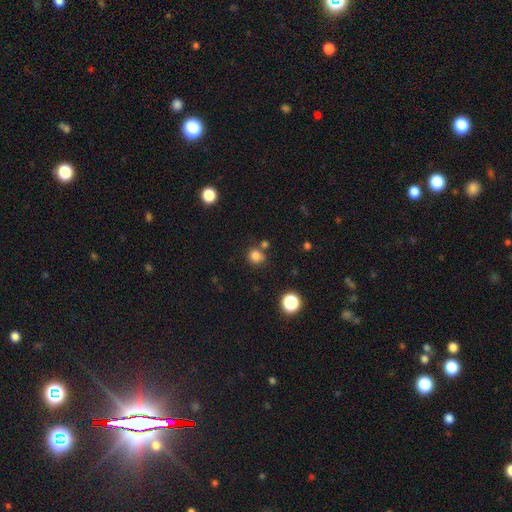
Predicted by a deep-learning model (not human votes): smooth-or-featured: smooth: 81% | star or artifact: 14% | featured or disk: 5%
  how-rounded: round: 81% | in between: 18% | cigar-shaped: 1%
  merging: none: 69% | merger: 15% | minor disturbance: 12% | major disturbance: 4%